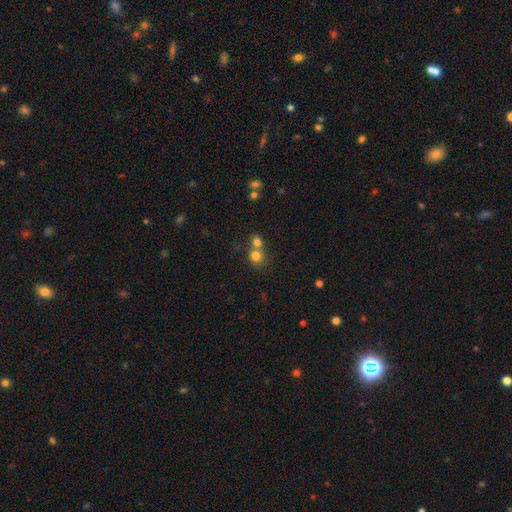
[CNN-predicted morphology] Smooth or featured? Predicted: smooth (p=0.78). How rounded? Predicted: round (p=0.86). Merging? Predicted: merger (p=0.48).